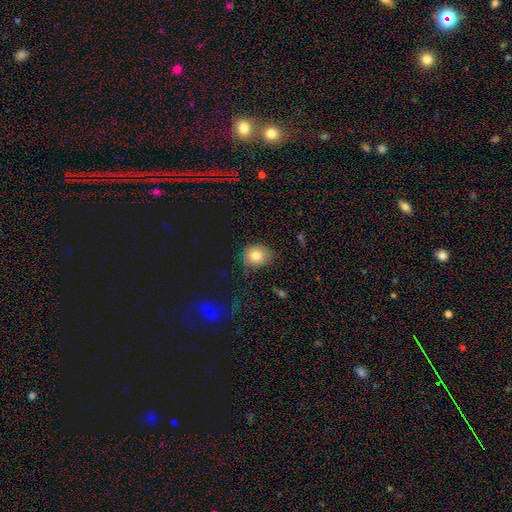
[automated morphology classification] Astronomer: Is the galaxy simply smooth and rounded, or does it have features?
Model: smooth — 80%.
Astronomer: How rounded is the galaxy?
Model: round — 80%.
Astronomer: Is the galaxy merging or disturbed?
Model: none — 73%.